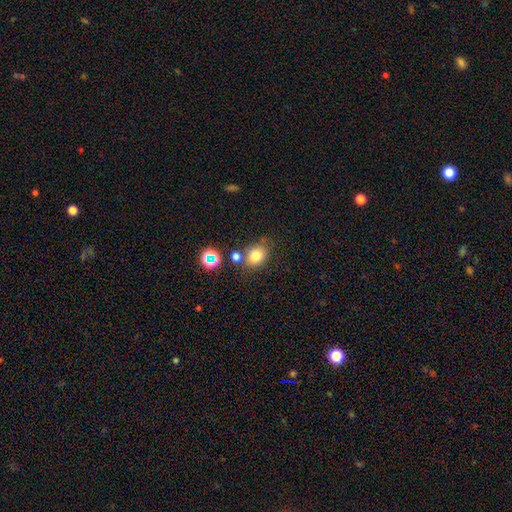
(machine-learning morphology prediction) type=smooth (77%); roundness=round (52%); merging=none (65%).